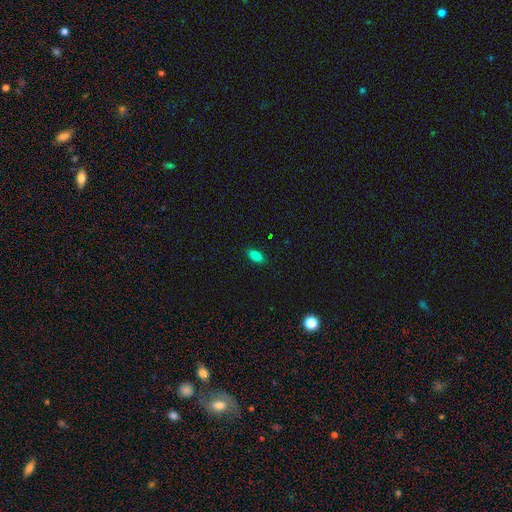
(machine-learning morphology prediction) smooth-or-featured: smooth: 84% | star or artifact: 10% | featured or disk: 7%
  how-rounded: in between: 86% | cigar-shaped: 10% | round: 3%
  merging: none: 88% | minor disturbance: 9% | major disturbance: 2% | merger: 1%